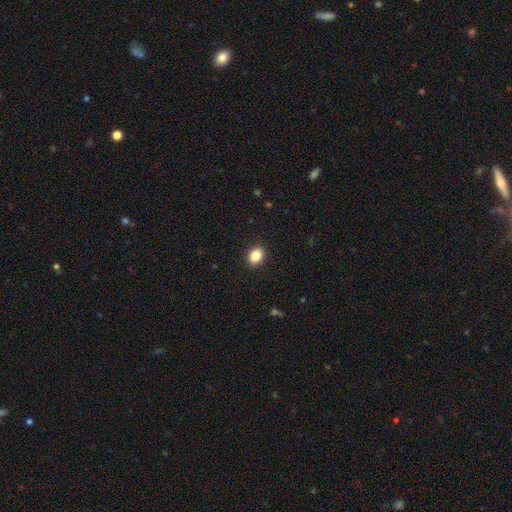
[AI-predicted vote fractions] Smooth or featured?
  - smooth: 85% *
  - star or artifact: 9%
  - featured or disk: 5%
How rounded?
  - in between: 58% *
  - round: 41%
  - cigar-shaped: 1%
Merging?
  - none: 90% *
  - minor disturbance: 7%
  - major disturbance: 2%
  - merger: 1%